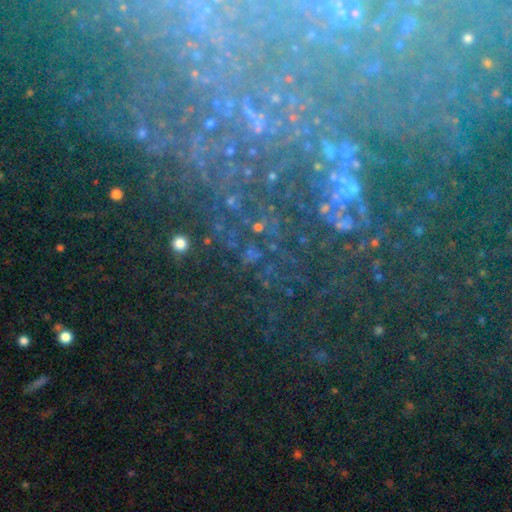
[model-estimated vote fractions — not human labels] Smooth or featured? star or artifact (54%)